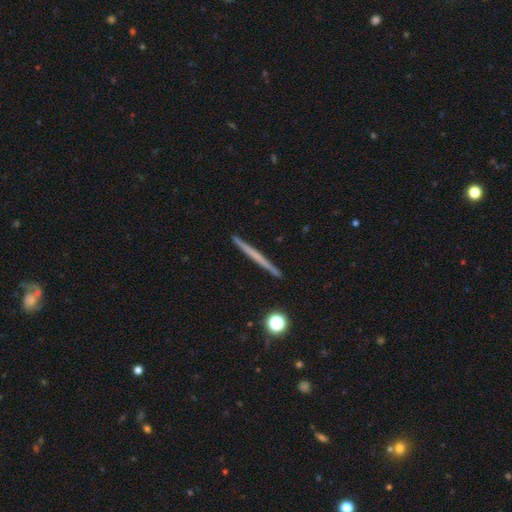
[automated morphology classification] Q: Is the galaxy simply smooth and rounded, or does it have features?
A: featured or disk — 51%.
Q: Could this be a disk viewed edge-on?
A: yes — 98%.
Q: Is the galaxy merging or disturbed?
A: none — 92%.